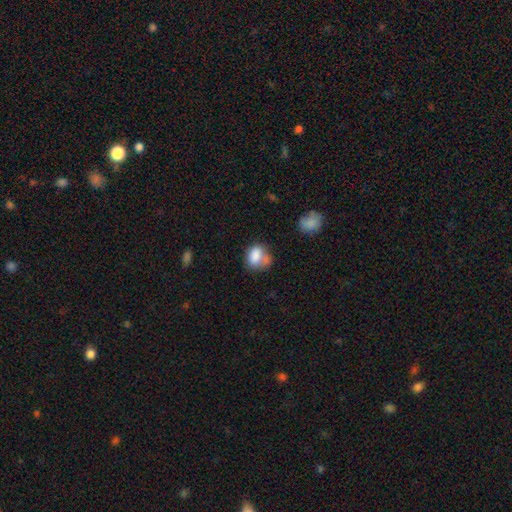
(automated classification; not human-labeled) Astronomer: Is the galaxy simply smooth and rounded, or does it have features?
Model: smooth — 80%.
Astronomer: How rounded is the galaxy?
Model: in between — 56% (runner-up: round, 43%).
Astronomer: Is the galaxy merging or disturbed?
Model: none — 39% (runner-up: merger, 25%).